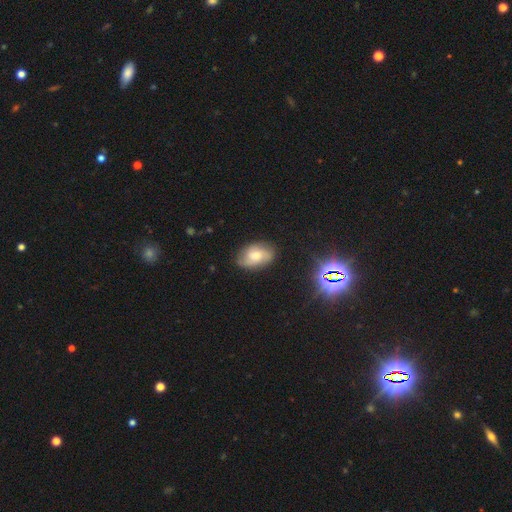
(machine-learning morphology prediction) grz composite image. It shows a smooth galaxy with no disk features (50%) that is in between round and cigar-shaped (88%). Merging: none (75%).